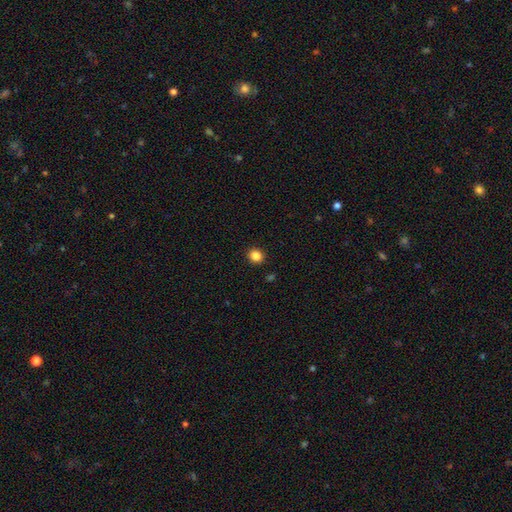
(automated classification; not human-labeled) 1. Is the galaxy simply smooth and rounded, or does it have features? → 85% smooth, 11% star or artifact, 4% featured or disk.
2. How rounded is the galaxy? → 85% round, 15% in between, 1% cigar-shaped.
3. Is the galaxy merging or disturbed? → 92% none, 5% minor disturbance, 2% major disturbance, 1% merger.